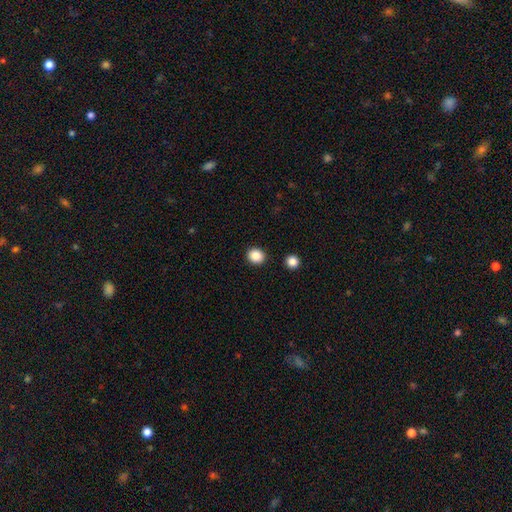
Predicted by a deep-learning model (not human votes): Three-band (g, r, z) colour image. It shows a smooth galaxy with no disk features (87%) that is round (74%). Merging: none (90%).